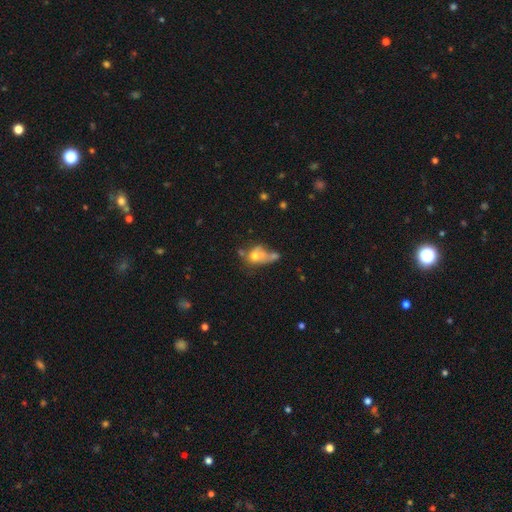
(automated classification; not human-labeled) A smooth galaxy with no disk features (56%) that is in between round and cigar-shaped (62%). Merging: merger (42%).